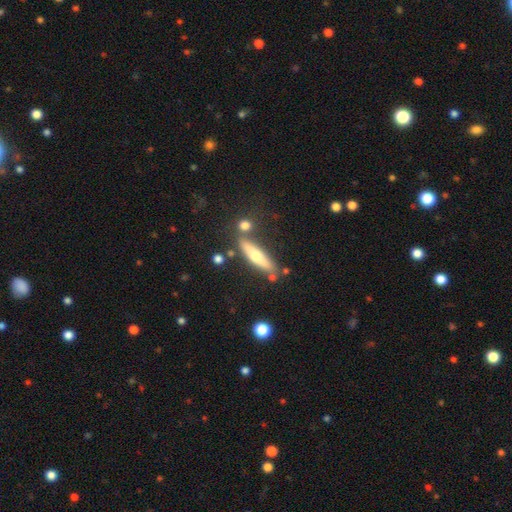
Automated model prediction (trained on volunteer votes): Morphology: type=smooth (49%); merging=none (75%).